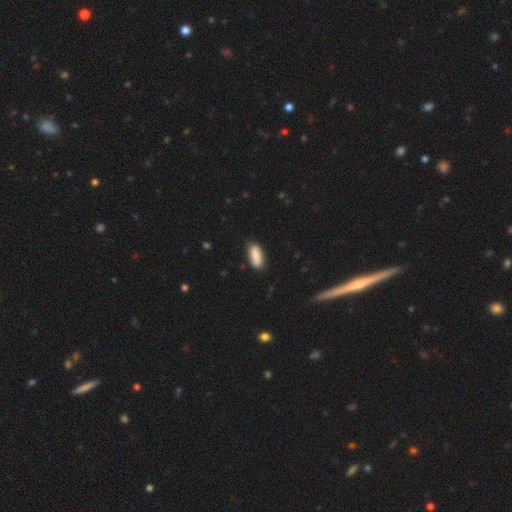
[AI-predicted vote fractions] Smooth or featured? Predicted: smooth (p=0.87). How rounded? Predicted: in between (p=0.81). Merging? Predicted: none (p=0.80).